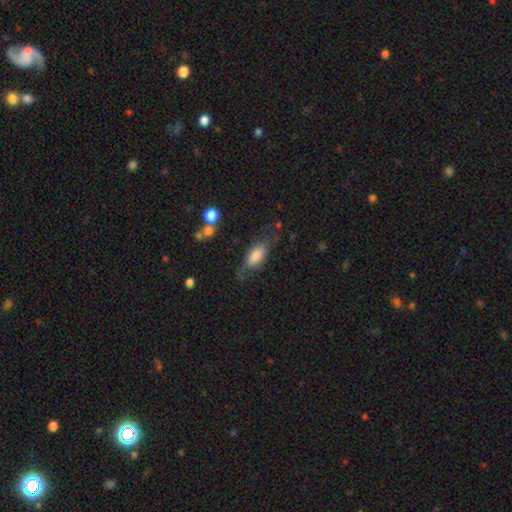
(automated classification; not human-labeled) smooth-or-featured: smooth: 63% | featured or disk: 30% | star or artifact: 7%
  how-rounded: in between: 79% | cigar-shaped: 17% | round: 4%
  merging: none: 58% | minor disturbance: 25% | major disturbance: 15% | merger: 3%